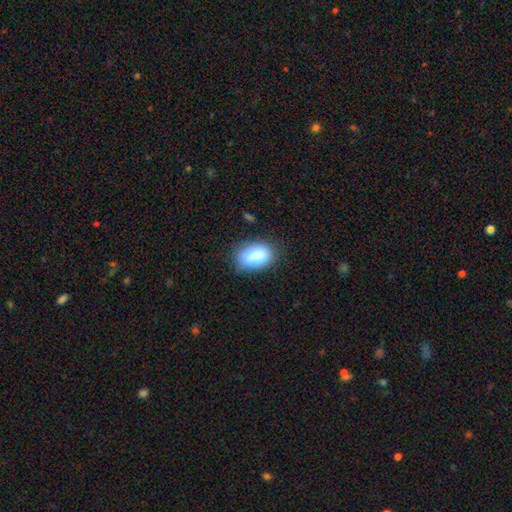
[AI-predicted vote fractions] Smooth or featured: smooth — 84% (featured or disk — 8%)
How rounded: in between — 89% (round — 9%)
Merging: none — 73% (minor disturbance — 19%)